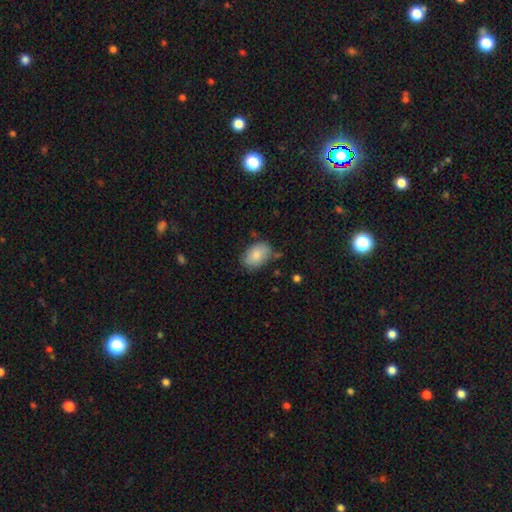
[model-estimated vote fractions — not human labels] Overall: smooth (83%). How rounded: in between (87%). Merging: none (71%).